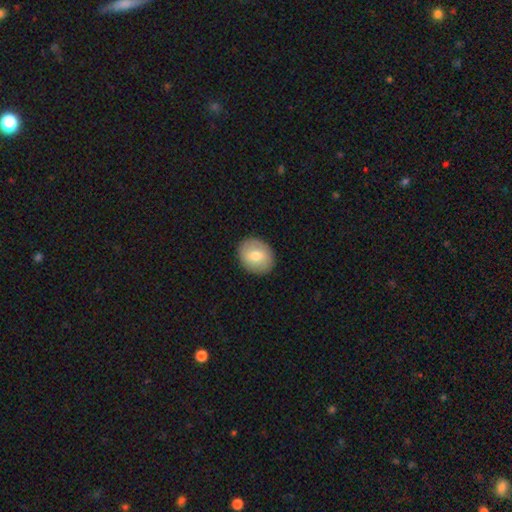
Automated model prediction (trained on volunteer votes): smooth_or_featured: smooth (p=0.73) [alt: featured or disk p=0.20]
how_rounded: round (p=0.54) [alt: in between p=0.45]
merging: none (p=0.89) [alt: minor disturbance p=0.08]